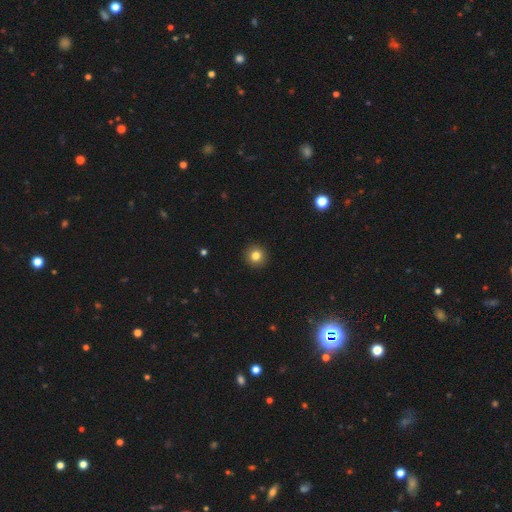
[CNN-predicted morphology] Overall: smooth (83%). How rounded: round (95%). Merging: none (93%).